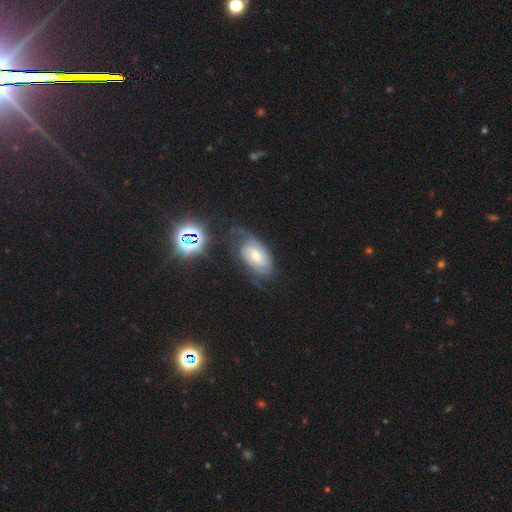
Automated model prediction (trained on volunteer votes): Overall: featured or disk (72%). Edge-on disk: no (95%). Bar: no (58%; weak 34%). Spiral arms: yes (92%). Spiral arm count: 2 (47%; can't tell 30%). Spiral winding: tight (49%; medium 35%). Bulge size: moderate (58%; small 33%). Merging: none (51%; minor disturbance 25%).